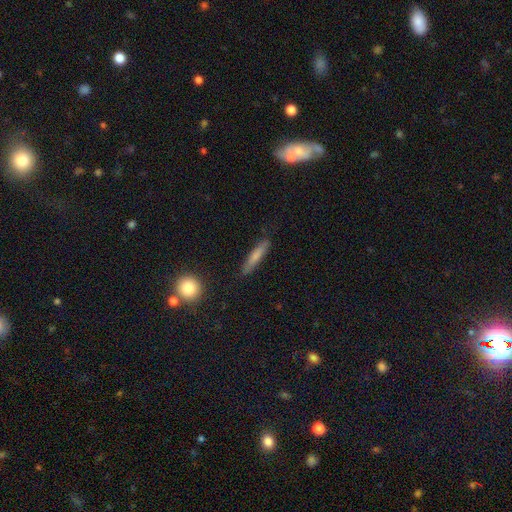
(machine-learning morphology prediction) A smooth galaxy with no disk features (69%) that is cigar-shaped (88%). Merging: none (85%).